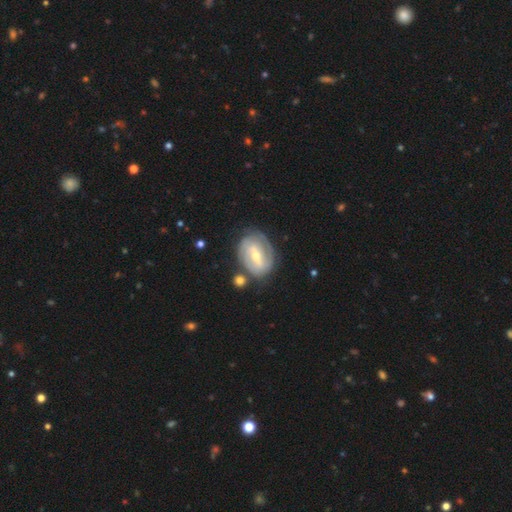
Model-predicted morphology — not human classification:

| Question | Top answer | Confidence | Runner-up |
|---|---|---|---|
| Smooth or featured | featured or disk | 80% | smooth (15%) |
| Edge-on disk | no | 96% | yes (4%) |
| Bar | strong | 44% | weak (42%) |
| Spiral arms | yes | 86% | no (14%) |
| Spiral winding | tight | 63% | medium (28%) |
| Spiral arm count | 2 | 55% | can't tell (26%) |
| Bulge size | moderate | 52% | small (44%) |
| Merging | none | 71% | minor disturbance (17%) |